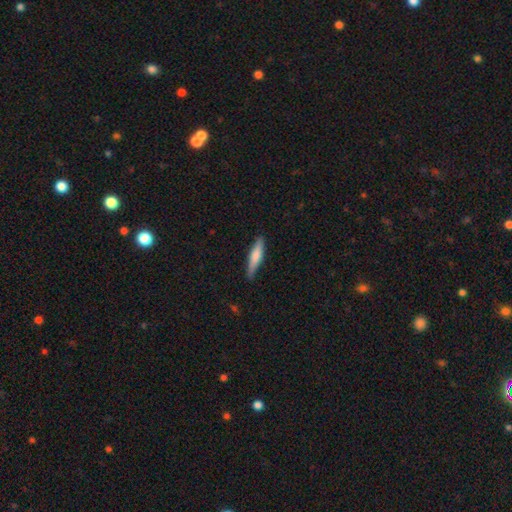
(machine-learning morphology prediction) This appears to be a smooth galaxy with no disk features (66%) that is cigar-shaped (82%). Merging: none (85%).